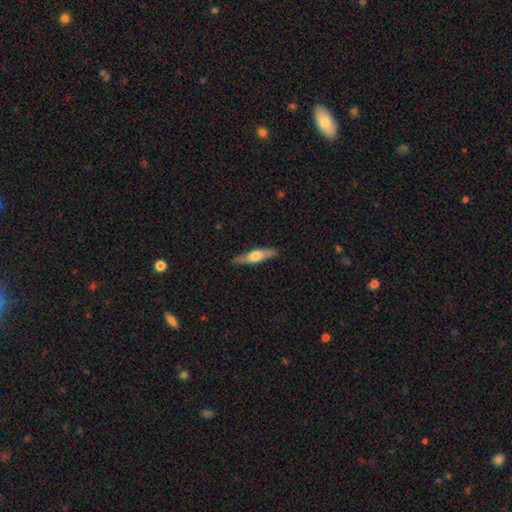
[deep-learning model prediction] Q: Smooth or featured?
A: featured or disk (53%); runner-up: smooth (42%)
Q: Edge-on disk?
A: yes (93%); runner-up: no (7%)
Q: Merging?
A: none (88%); runner-up: minor disturbance (9%)